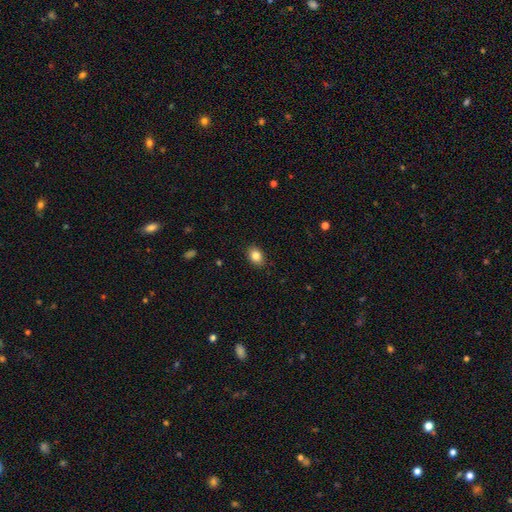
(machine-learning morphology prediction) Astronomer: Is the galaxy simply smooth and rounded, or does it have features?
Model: smooth — 84%.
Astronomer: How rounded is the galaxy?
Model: in between — 70%.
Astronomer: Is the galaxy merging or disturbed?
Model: none — 88%.